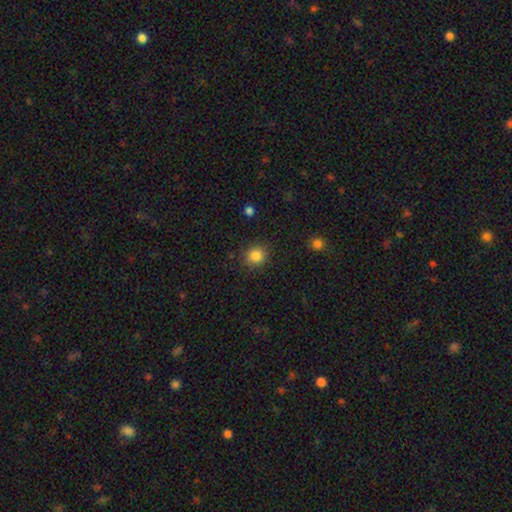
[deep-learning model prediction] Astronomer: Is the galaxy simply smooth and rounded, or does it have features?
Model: smooth — 85%.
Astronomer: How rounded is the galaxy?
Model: round — 83%.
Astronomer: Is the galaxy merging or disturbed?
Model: none — 87%.